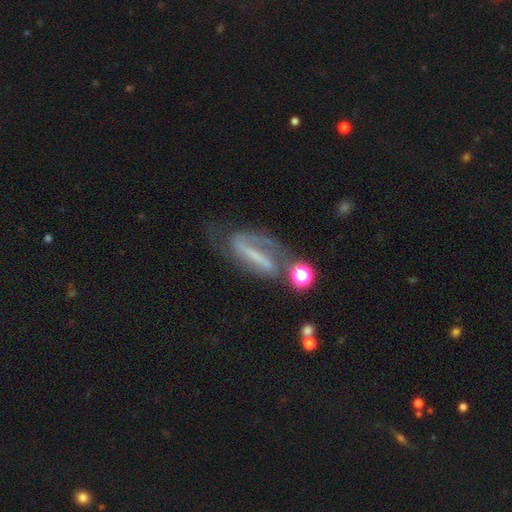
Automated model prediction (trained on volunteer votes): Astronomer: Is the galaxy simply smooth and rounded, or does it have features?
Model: featured or disk — 76%.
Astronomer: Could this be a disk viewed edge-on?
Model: no — 86%.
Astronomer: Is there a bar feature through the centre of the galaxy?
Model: strong — 67%.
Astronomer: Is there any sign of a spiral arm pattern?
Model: yes — 86%.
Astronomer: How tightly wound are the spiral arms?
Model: medium — 43% (runner-up: loose, 30%).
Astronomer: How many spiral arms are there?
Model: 2 — 70%.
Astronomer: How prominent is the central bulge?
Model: none — 48% (runner-up: small, 35%).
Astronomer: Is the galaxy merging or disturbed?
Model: none — 49%.